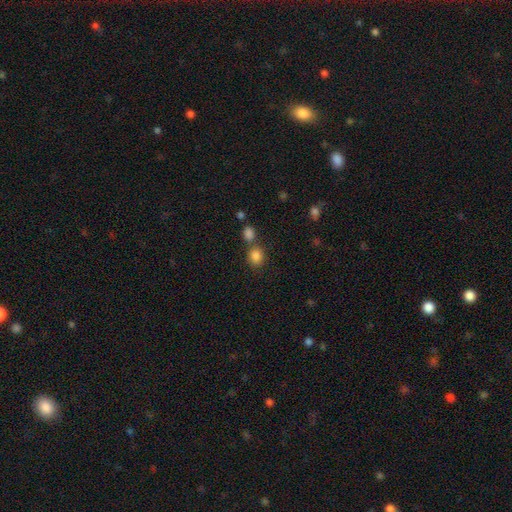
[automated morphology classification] type=smooth (84%); roundness=round (64%); merging=none (59%).